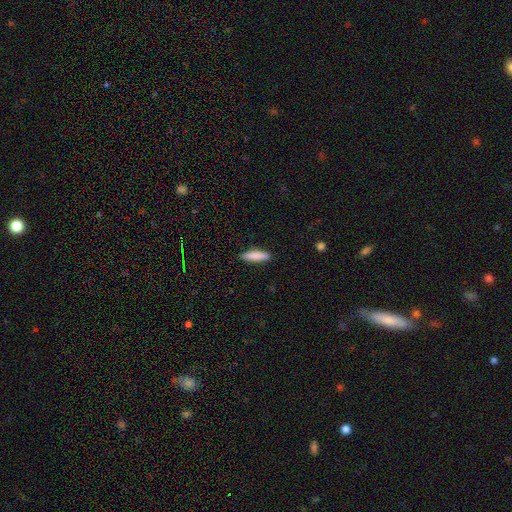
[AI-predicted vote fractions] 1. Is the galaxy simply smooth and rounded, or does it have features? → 85% smooth, 9% featured or disk, 6% star or artifact.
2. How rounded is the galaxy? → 72% cigar-shaped, 26% in between, 2% round.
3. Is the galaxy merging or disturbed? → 89% none, 8% minor disturbance, 2% major disturbance, 1% merger.